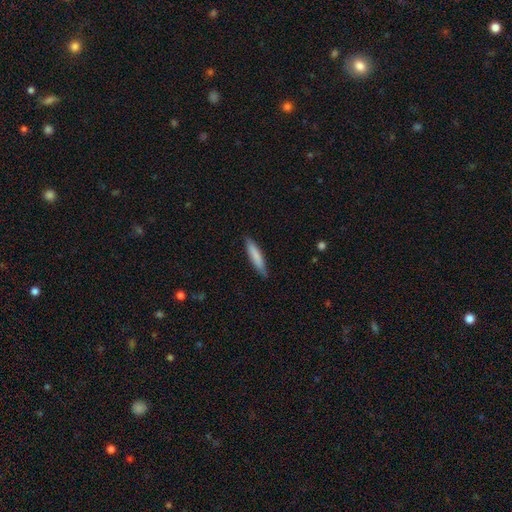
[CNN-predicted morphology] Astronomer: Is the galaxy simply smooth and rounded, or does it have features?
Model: smooth — 80%.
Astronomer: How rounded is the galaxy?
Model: cigar-shaped — 85%.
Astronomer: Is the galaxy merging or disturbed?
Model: none — 84%.